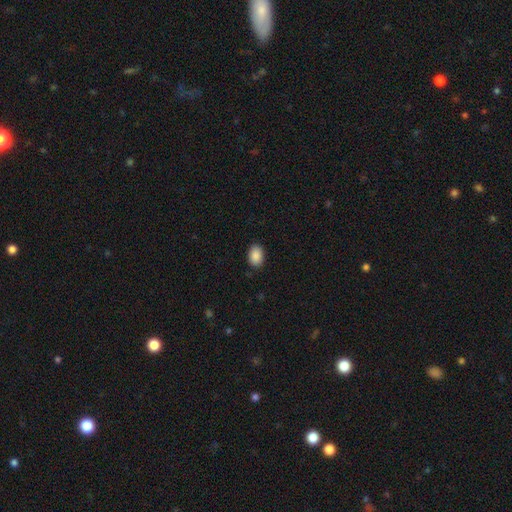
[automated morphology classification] Q: Smooth or featured?
A: smooth (89%); runner-up: star or artifact (7%)
Q: How rounded?
A: in between (82%); runner-up: round (17%)
Q: Merging?
A: none (89%); runner-up: minor disturbance (8%)